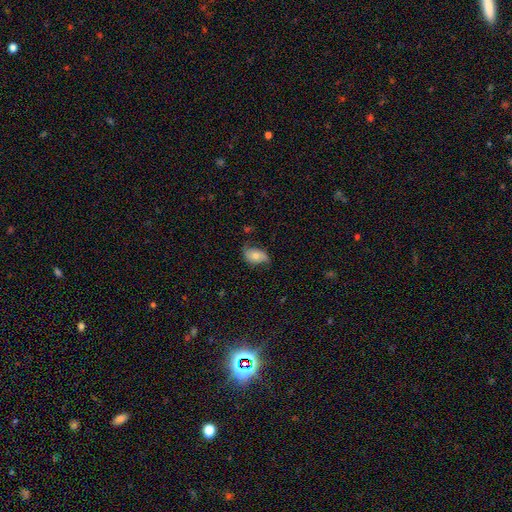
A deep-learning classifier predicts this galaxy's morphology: Overall: smooth (49%; featured or disk 43%). Merging: none (57%; minor disturbance 30%).